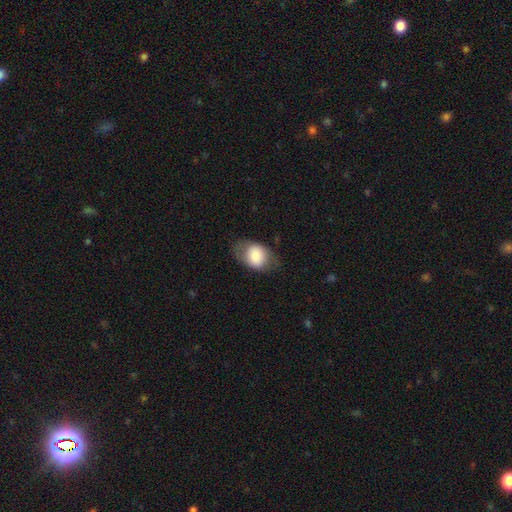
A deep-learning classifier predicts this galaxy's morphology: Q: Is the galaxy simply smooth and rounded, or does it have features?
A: smooth — 74%.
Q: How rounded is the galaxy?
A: in between — 72%.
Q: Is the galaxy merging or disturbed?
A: none — 66%.